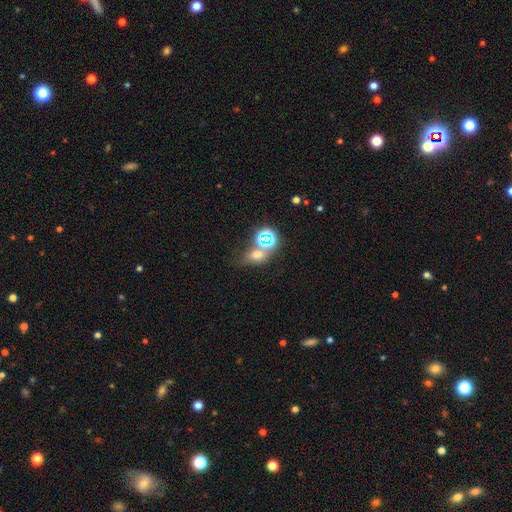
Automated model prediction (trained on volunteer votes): The model was most divided on "smooth or featured": smooth: 44%, star or artifact: 41%, featured or disk: 16%. Remaining: merging — none (49%).